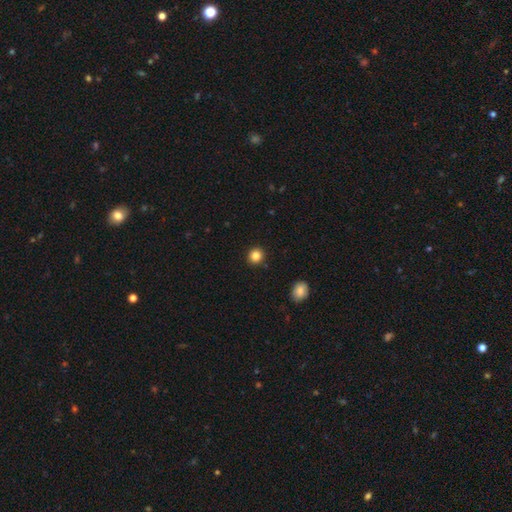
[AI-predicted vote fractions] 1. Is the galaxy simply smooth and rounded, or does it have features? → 85% smooth, 11% star or artifact, 4% featured or disk.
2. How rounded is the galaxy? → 89% round, 10% in between, 1% cigar-shaped.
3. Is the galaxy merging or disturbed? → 91% none, 5% minor disturbance, 2% major disturbance, 1% merger.